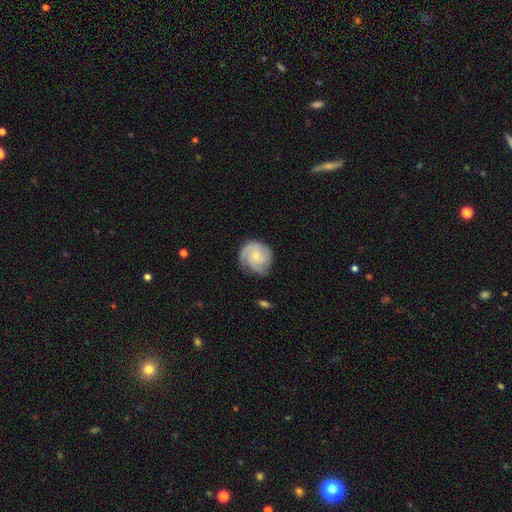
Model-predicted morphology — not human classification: Smooth or featured? Predicted: featured or disk (p=0.75). Edge-on disk? Predicted: no (p=0.98). Bar? Predicted: no (p=0.75). Spiral arms? Predicted: yes (p=0.95). Spiral winding? Predicted: tight (p=0.58). Spiral arm count? Predicted: 3 (p=0.47). Bulge size? Predicted: small (p=0.65). Merging? Predicted: none (p=0.70).